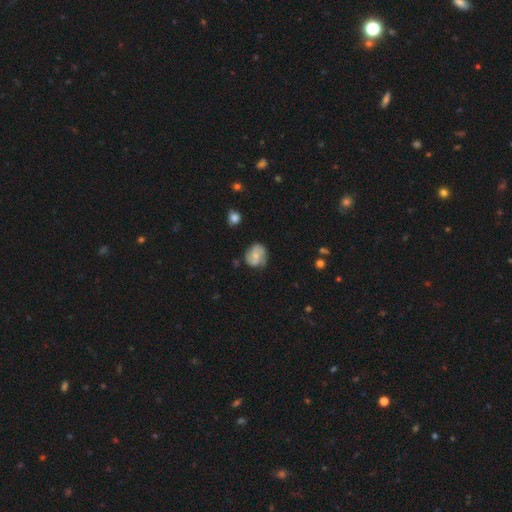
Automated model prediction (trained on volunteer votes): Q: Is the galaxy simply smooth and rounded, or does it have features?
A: featured or disk — 64%.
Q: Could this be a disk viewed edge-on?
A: no — 98%.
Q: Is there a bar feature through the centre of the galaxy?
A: no — 61%.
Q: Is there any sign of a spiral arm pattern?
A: yes — 89%.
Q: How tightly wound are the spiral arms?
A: medium — 45%.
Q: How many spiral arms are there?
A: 2 — 52%.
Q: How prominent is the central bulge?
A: small — 53%.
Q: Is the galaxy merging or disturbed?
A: none — 65%.